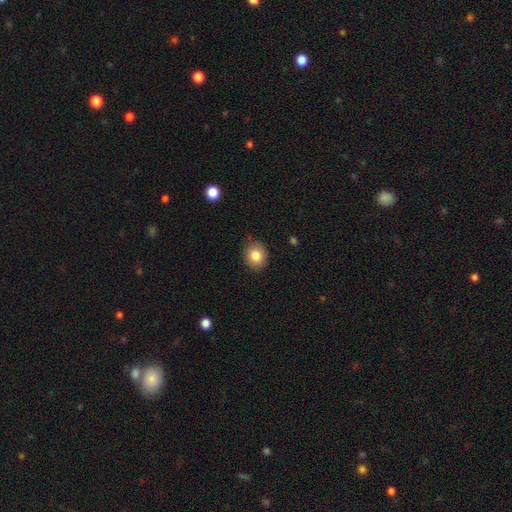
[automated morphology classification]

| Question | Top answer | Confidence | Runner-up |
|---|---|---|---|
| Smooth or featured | smooth | 84% | star or artifact (9%) |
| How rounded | round | 63% | in between (36%) |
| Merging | none | 84% | minor disturbance (13%) |